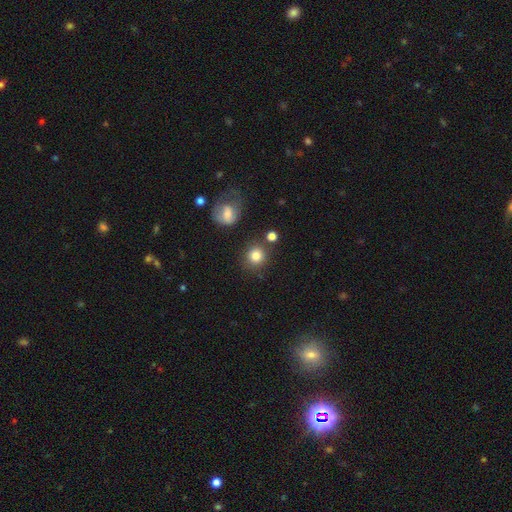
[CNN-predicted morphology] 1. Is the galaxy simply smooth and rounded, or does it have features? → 80% smooth, 12% star or artifact, 8% featured or disk.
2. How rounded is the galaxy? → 89% round, 10% in between, 1% cigar-shaped.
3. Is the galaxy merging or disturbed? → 77% none, 10% minor disturbance, 9% merger, 4% major disturbance.